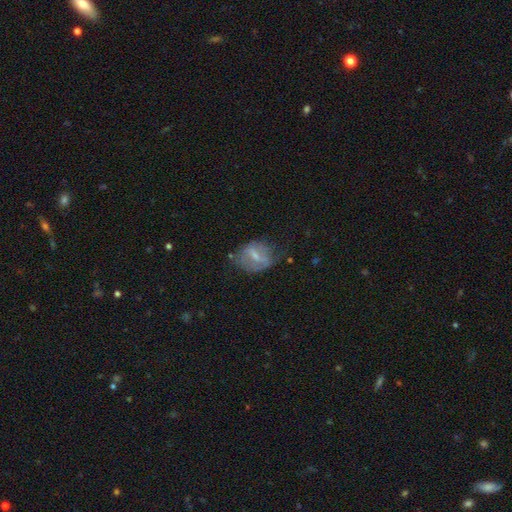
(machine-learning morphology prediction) Smooth or featured?
  - featured or disk: 53% *
  - smooth: 39%
  - star or artifact: 9%
Edge-on disk?
  - no: 93% *
  - yes: 7%
Merging?
  - none: 46% *
  - minor disturbance: 30%
  - major disturbance: 20%
  - merger: 3%